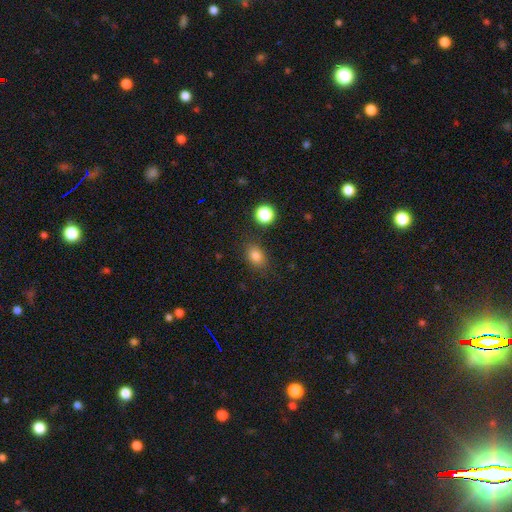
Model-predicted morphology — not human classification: Smooth or featured? Predicted: smooth (p=0.81). How rounded? Predicted: in between (p=0.72). Merging? Predicted: none (p=0.81).